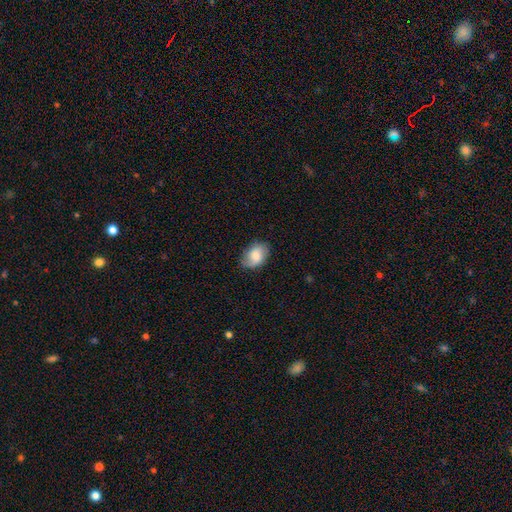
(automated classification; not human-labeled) Q: Smooth or featured?
A: smooth (70%); runner-up: featured or disk (22%)
Q: How rounded?
A: in between (82%); runner-up: round (17%)
Q: Merging?
A: none (71%); runner-up: minor disturbance (22%)